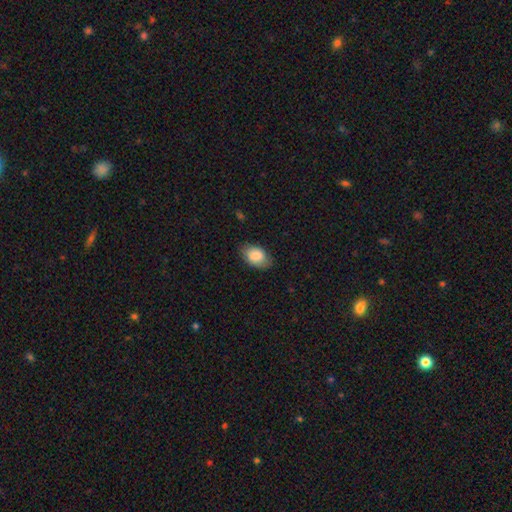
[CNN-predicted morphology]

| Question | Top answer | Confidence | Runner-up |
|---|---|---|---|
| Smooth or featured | smooth | 83% | featured or disk (11%) |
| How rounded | in between | 88% | round (10%) |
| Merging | none | 77% | minor disturbance (18%) |